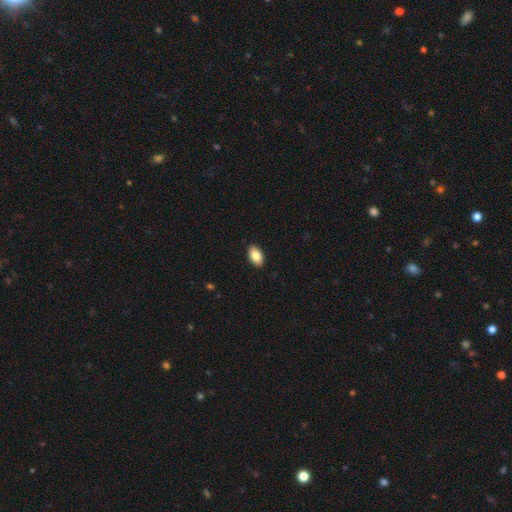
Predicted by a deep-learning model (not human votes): Smooth or featured?
  - smooth: 86% *
  - featured or disk: 7%
  - star or artifact: 7%
How rounded?
  - in between: 93% *
  - round: 6%
  - cigar-shaped: 2%
Merging?
  - none: 90% *
  - minor disturbance: 7%
  - major disturbance: 2%
  - merger: 1%